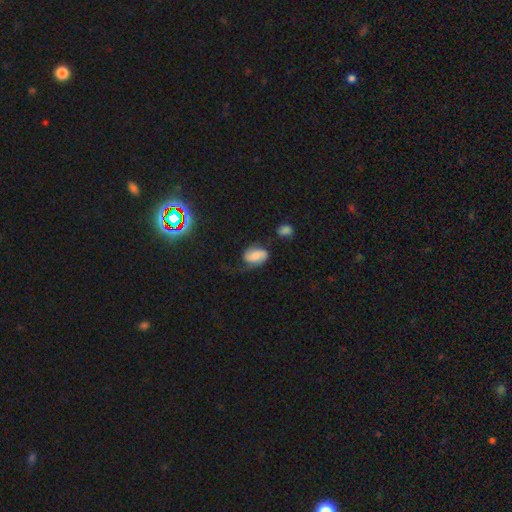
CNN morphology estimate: Overall: featured or disk (48%; smooth 42%). Merging: none (52%; minor disturbance 26%).